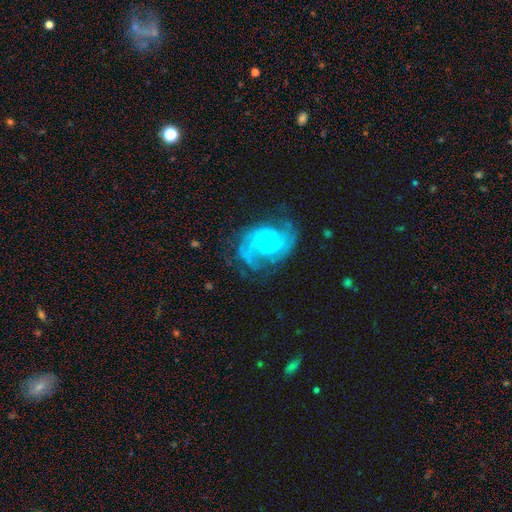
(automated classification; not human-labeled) smooth-or-featured: featured or disk: 90% | smooth: 5% | star or artifact: 5%
  disk-edge-on: no: 98% | yes: 2%
    bar: no: 63% | weak: 31% | strong: 6%
    has-spiral-arms: yes: 98% | no: 2%
      spiral-winding: medium: 48% | tight: 41% | loose: 11%
      spiral-arm-count: 2: 61% | 3: 17% | can't tell: 10% | 4: 4% | 1: 4% | more than 4: 4%
    bulge-size: small: 60% | moderate: 36% | large: 2% | none: 1% | dominant: 1%
  merging: none: 66% | minor disturbance: 21% | major disturbance: 11% | merger: 2%